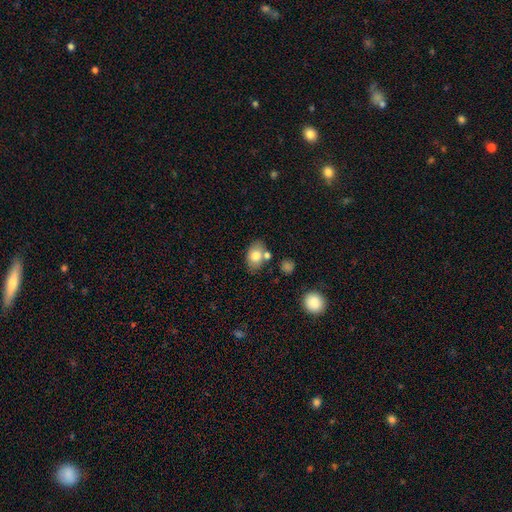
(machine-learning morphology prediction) Smooth or featured? Predicted: smooth (p=0.78). How rounded? Predicted: in between (p=0.80). Merging? Predicted: none (p=0.67).